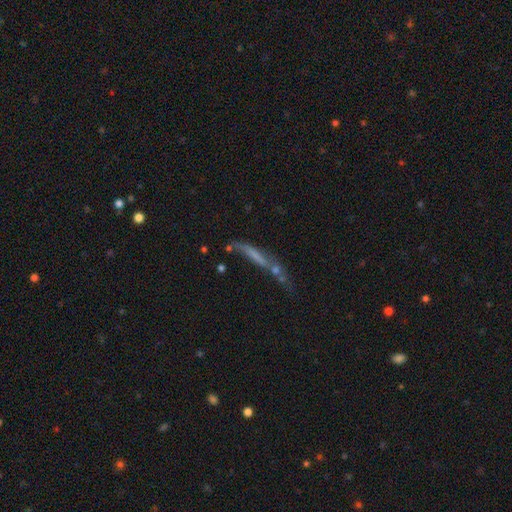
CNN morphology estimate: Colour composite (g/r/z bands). It shows a smooth galaxy with no disk features (44%, tied with featured or disk). Merging: none (37%).